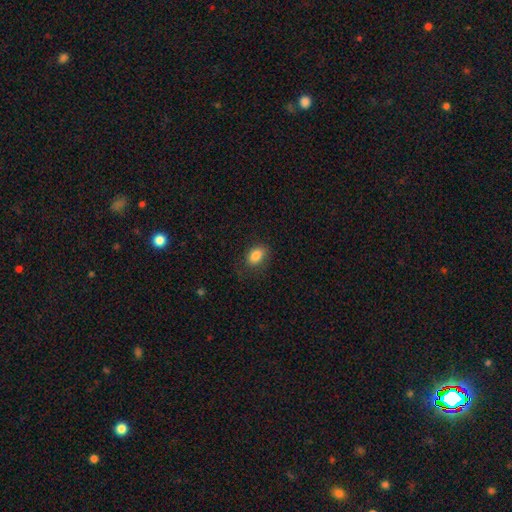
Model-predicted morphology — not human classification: smooth-or-featured: smooth: 85% | star or artifact: 9% | featured or disk: 6%
  how-rounded: in between: 76% | round: 22% | cigar-shaped: 1%
  merging: none: 75% | minor disturbance: 18% | major disturbance: 6% | merger: 1%